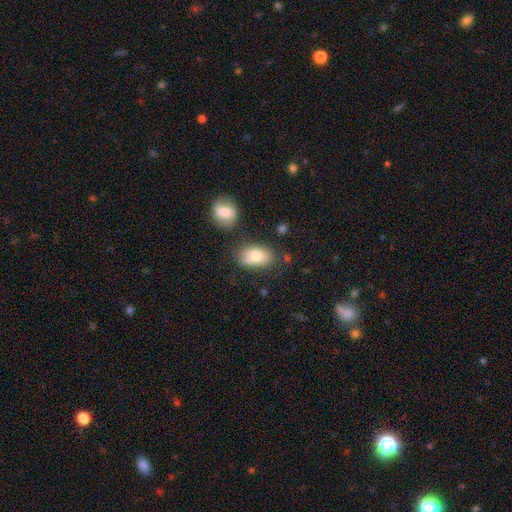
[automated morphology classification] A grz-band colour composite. It shows a smooth galaxy with no disk features (79%) that is in between round and cigar-shaped (90%). Merging: none (69%).